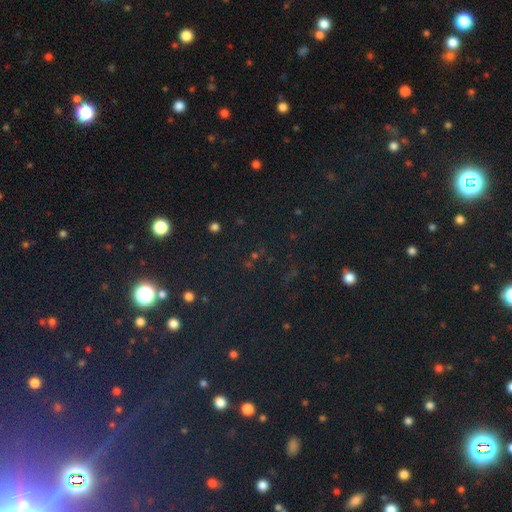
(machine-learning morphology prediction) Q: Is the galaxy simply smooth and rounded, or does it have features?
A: star or artifact — 75%.